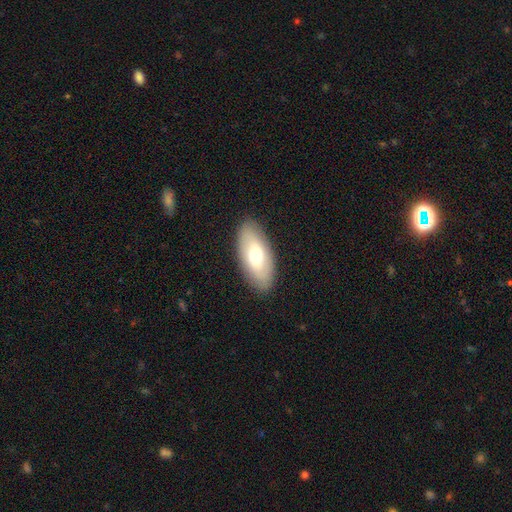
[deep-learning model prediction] smooth-or-featured: smooth: 61% | featured or disk: 33% | star or artifact: 6%
  how-rounded: in between: 90% | cigar-shaped: 8% | round: 3%
  merging: none: 88% | minor disturbance: 9% | major disturbance: 2% | merger: 1%